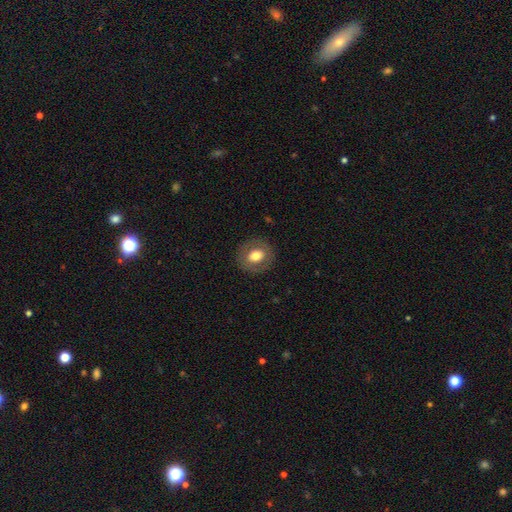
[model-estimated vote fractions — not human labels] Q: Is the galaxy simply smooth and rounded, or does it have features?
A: smooth — 66%.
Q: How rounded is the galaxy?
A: round — 72%.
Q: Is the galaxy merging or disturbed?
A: none — 87%.